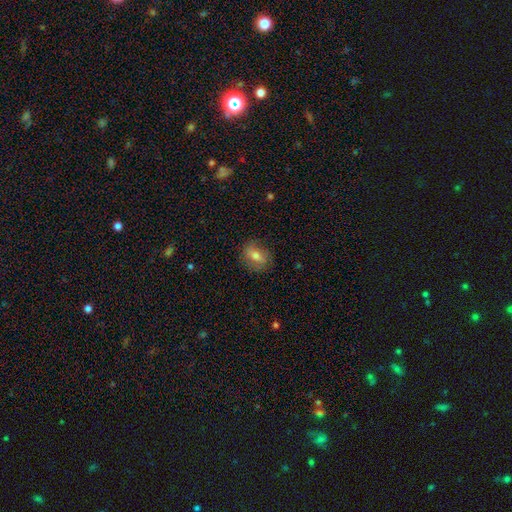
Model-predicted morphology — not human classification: type=smooth (64%); roundness=in between (56%); merging=none (82%).